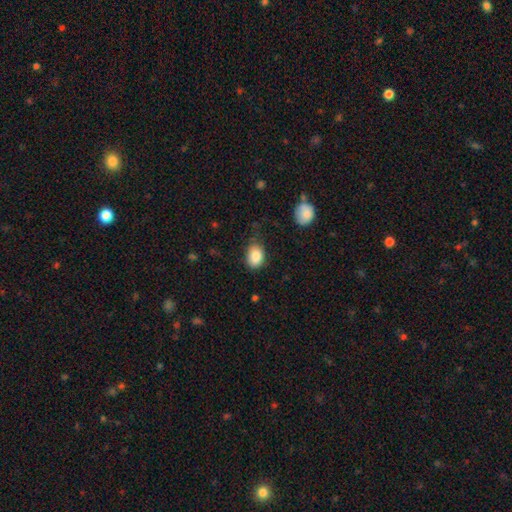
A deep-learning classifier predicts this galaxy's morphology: Smooth or featured?
  - smooth: 85% *
  - star or artifact: 8%
  - featured or disk: 7%
How rounded?
  - in between: 75% *
  - round: 24%
  - cigar-shaped: 1%
Merging?
  - none: 71% *
  - minor disturbance: 22%
  - major disturbance: 5%
  - merger: 2%